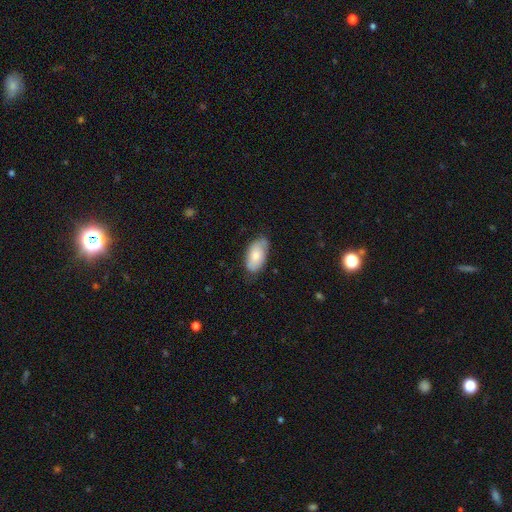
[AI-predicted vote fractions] Overall: smooth (71%). How rounded: in between (94%). Merging: none (68%).